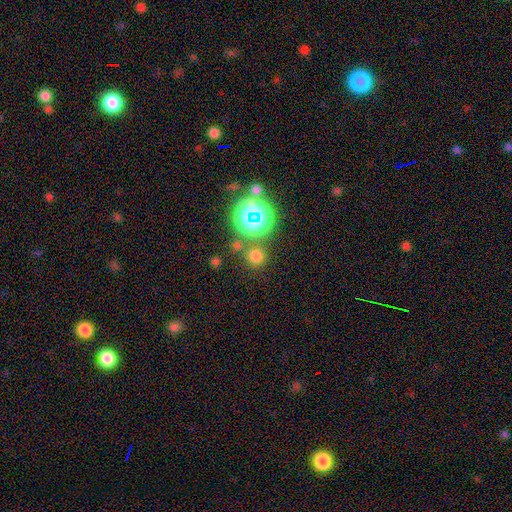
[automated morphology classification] This is likely a smooth galaxy (64%). How rounded: clearly round (92%). Merging: likely none (78%).